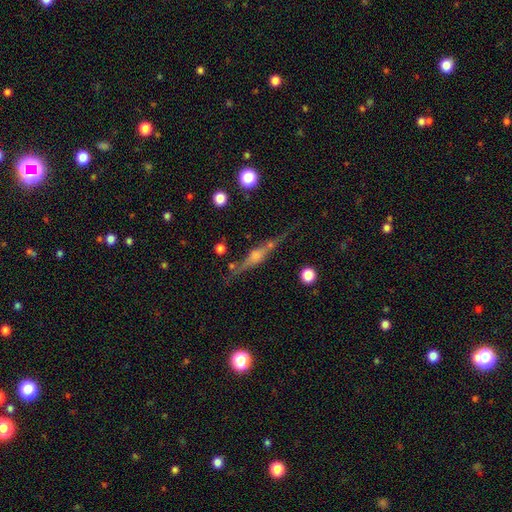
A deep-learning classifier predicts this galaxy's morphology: Smooth or featured: featured or disk — 74% (smooth — 17%)
Edge-on disk: yes — 95% (no — 5%)
Edge-on bulge: rounded — 78% (boxy — 15%)
Merging: none — 74% (minor disturbance — 16%)